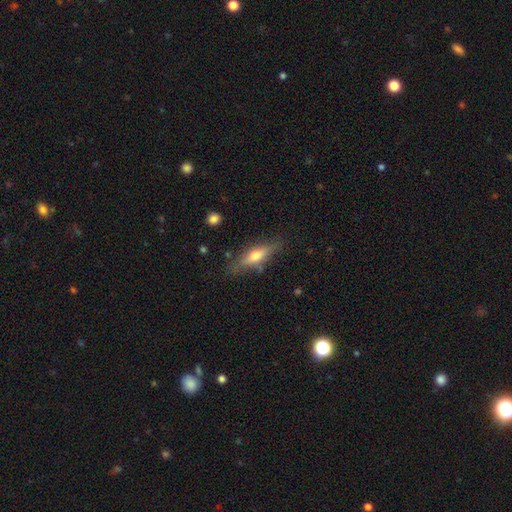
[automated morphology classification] Smooth or featured: featured or disk — 48% (smooth — 45%)
Merging: none — 78% (minor disturbance — 15%)